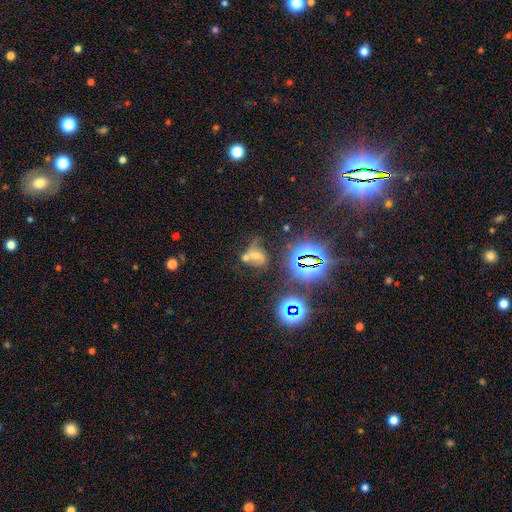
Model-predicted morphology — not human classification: The model was most divided on "smooth or featured": featured or disk: 39%, star or artifact: 32%, smooth: 29%. Remaining: merging — merger (39%).